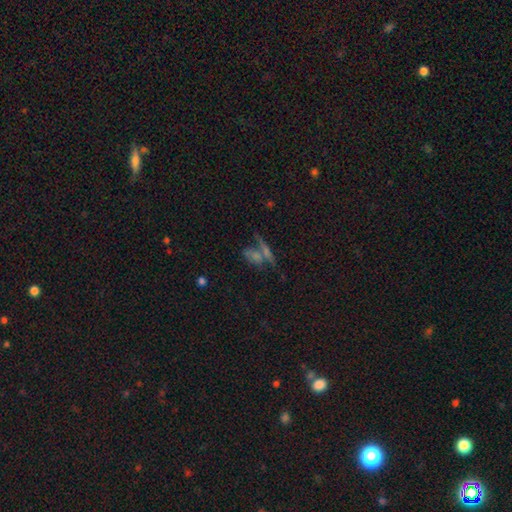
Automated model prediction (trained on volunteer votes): Smooth or featured? smooth (40%)
Merging? none (45%)